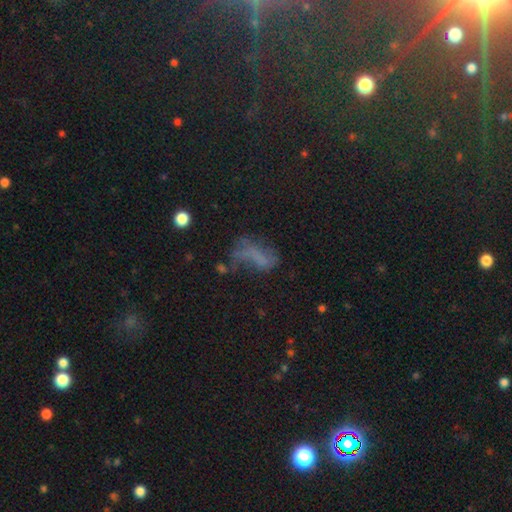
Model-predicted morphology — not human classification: Q: Smooth or featured?
A: smooth (39%); runner-up: featured or disk (35%)
Q: Merging?
A: major disturbance (37%); runner-up: none (32%)